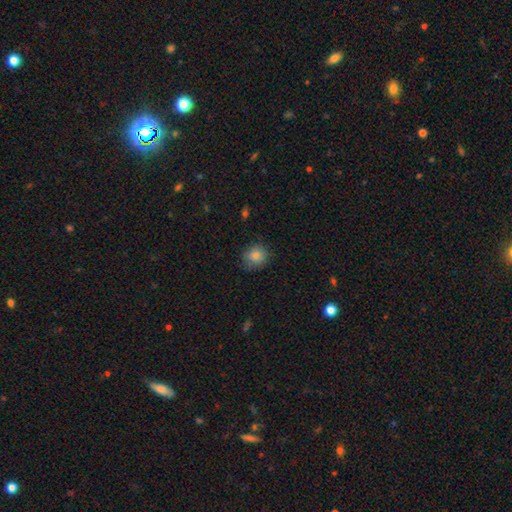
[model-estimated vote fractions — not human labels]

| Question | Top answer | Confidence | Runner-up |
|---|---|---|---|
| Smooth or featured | smooth | 83% | star or artifact (9%) |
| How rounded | round | 79% | in between (20%) |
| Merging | none | 76% | minor disturbance (19%) |